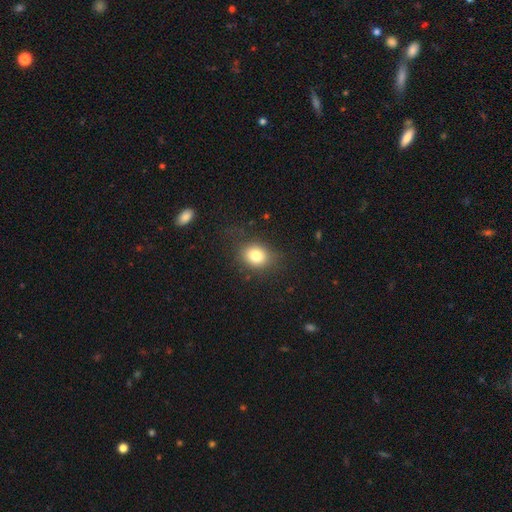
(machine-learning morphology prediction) This is likely a smooth galaxy (78%). How rounded: possibly round (55%). Merging: likely none (76%).